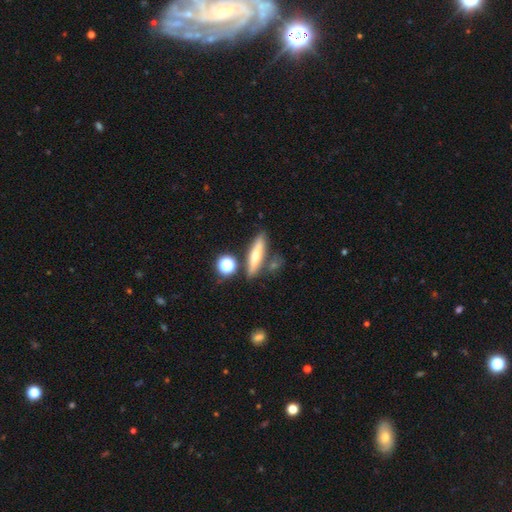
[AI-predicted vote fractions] A smooth galaxy with no disk features (51%) that is cigar-shaped (74%).

Vote fractions:
- Smooth or featured? smooth: 51% / featured or disk: 40% / star or artifact: 10%
- How rounded? cigar-shaped: 74% / in between: 20% / round: 5%
- Merging? none: 74% / minor disturbance: 13% / merger: 10% / major disturbance: 4%